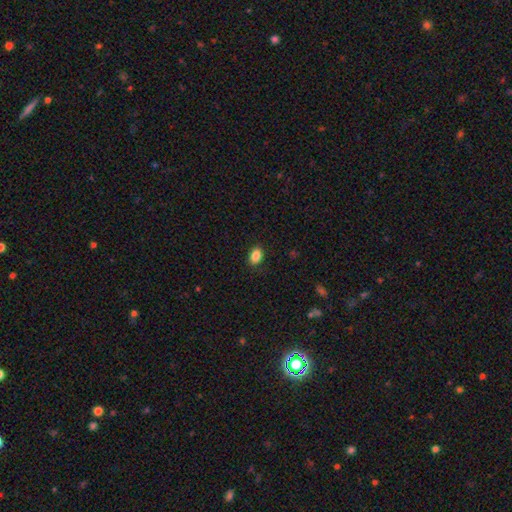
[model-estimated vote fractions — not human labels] A smooth galaxy with no disk features (88%) that is in between round and cigar-shaped (83%). Merging: none (88%).